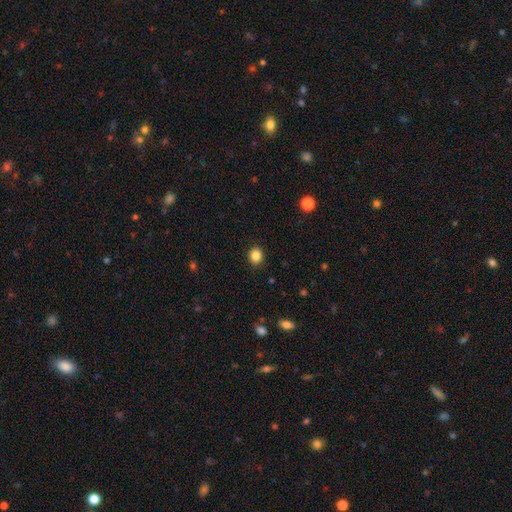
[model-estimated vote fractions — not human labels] This appears to be a smooth galaxy with no disk features (86%) that is round (75%). Merging: none (90%).